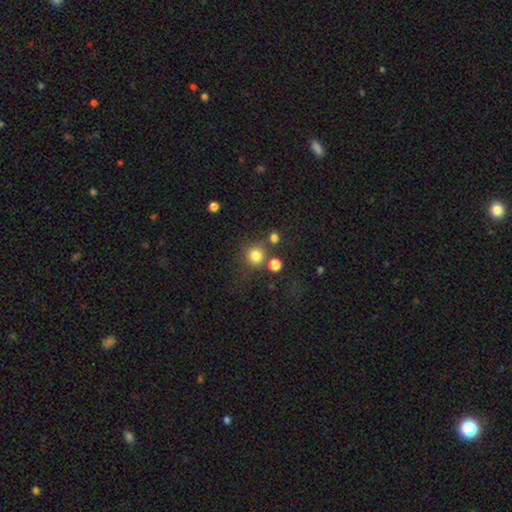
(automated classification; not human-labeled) This appears to be a smooth galaxy with no disk features (80%) that is round (92%). Merging: none (72%).